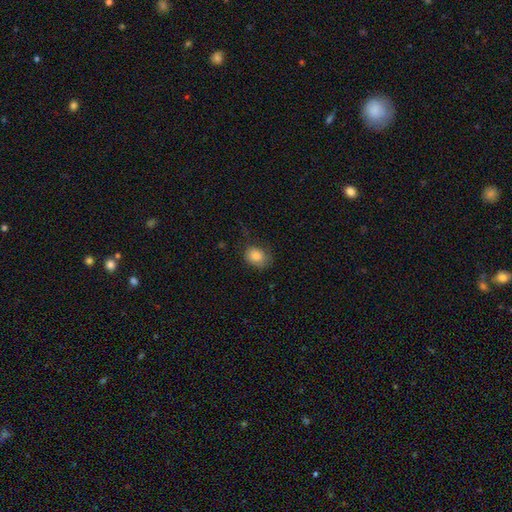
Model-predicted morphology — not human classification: smooth_or_featured: smooth (p=0.84) [alt: star or artifact p=0.08]
how_rounded: in between (p=0.50) [alt: round p=0.49]
merging: none (p=0.64) [alt: minor disturbance p=0.25]